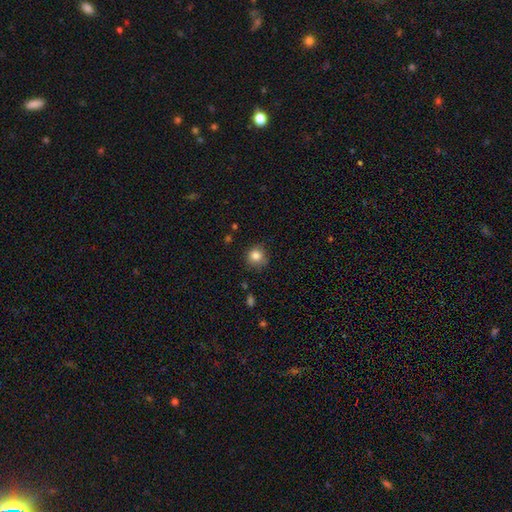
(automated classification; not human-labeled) A smooth galaxy with no disk features (83%) that is round (91%). Merging: none (81%).